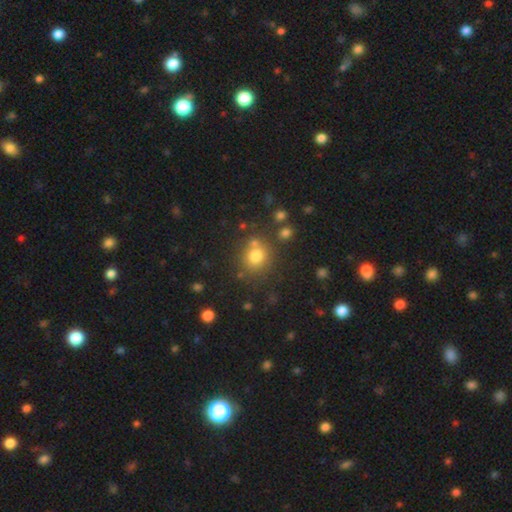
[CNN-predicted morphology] Smooth or featured? Predicted: smooth (p=0.76). How rounded? Predicted: round (p=0.81). Merging? Predicted: none (p=0.72).